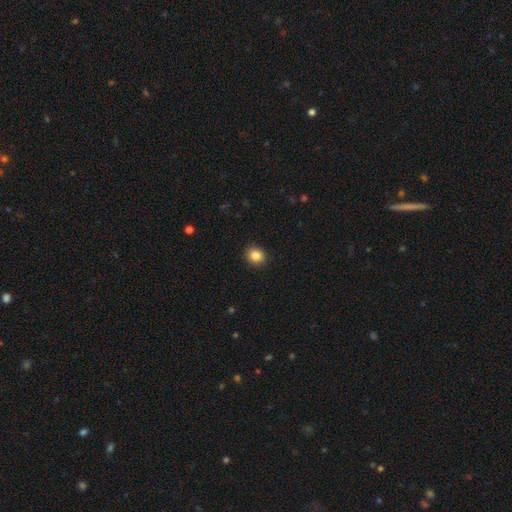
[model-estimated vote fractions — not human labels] A smooth galaxy with no disk features (85%) that is round (75%). Merging: none (92%).